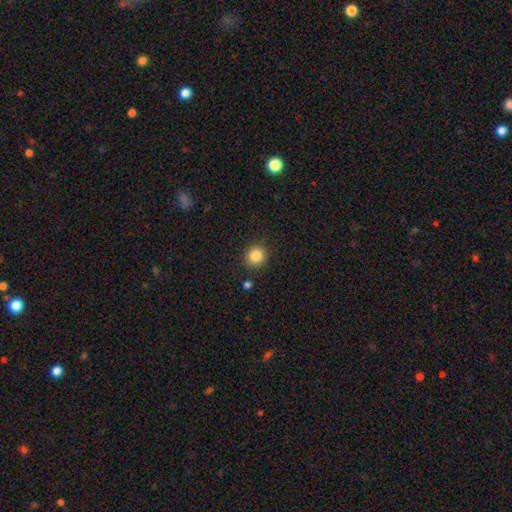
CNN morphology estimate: This appears to be a smooth galaxy with no disk features (85%) that is round (89%). Merging: none (89%).